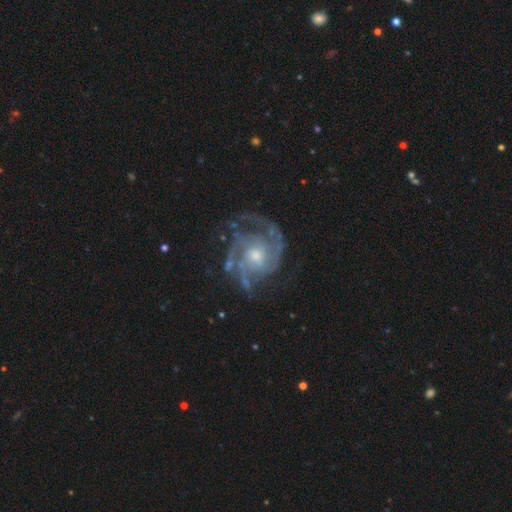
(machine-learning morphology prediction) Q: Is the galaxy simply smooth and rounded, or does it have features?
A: featured or disk — 91%.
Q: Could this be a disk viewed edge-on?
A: no — 98%.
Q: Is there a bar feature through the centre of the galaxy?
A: no — 66%.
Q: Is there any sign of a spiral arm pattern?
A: yes — 98%.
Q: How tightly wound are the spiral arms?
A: tight — 52%.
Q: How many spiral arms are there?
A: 3 — 33%.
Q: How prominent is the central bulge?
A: moderate — 52%.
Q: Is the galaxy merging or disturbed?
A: none — 70%.